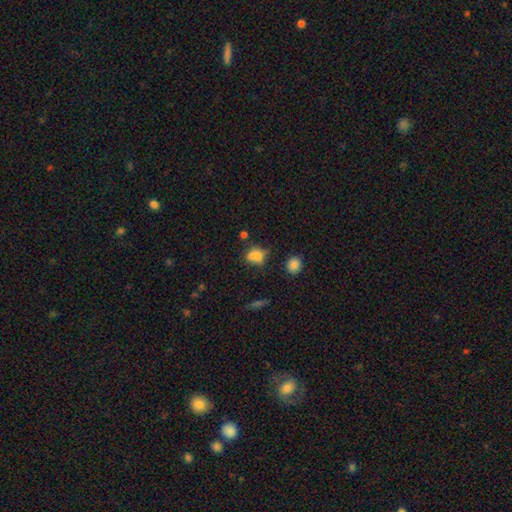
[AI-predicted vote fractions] Smooth or featured? smooth (72%)
How rounded? in between (50%)
Merging? none (46%)